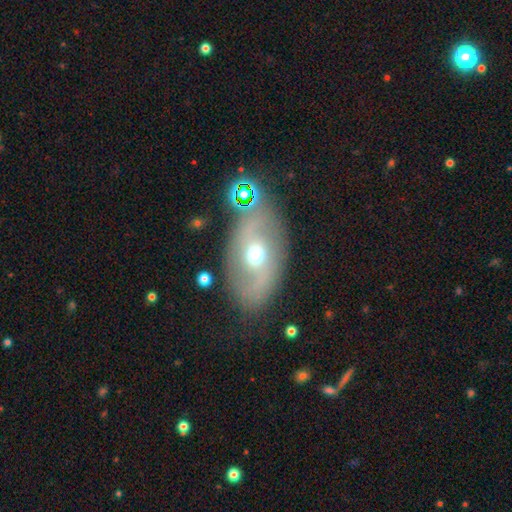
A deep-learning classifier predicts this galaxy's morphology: This appears to be a featured or disk galaxy (64%) with no bar (52%), spiral arms (62%) and a moderate central bulge (69%). Merging: none (70%).